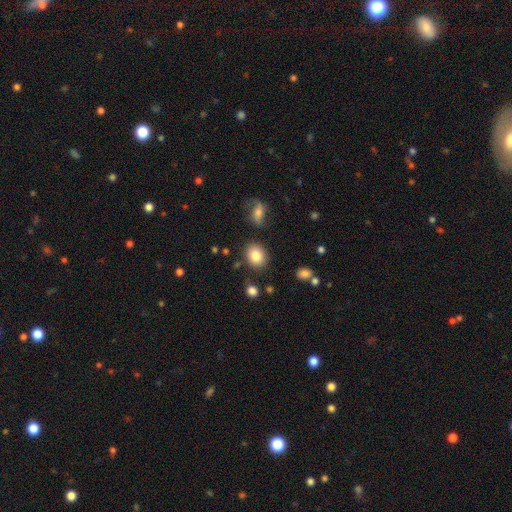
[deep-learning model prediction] Smooth or featured? Predicted: smooth (p=0.84). How rounded? Predicted: round (p=0.57). Merging? Predicted: none (p=0.85).